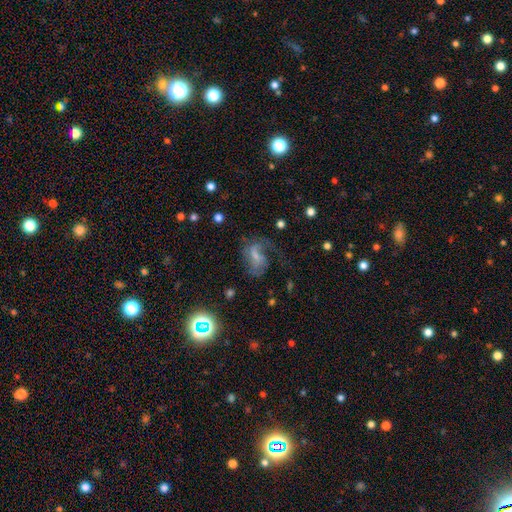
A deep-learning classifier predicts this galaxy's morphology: smooth_or_featured: featured or disk (p=0.57) [alt: smooth p=0.30]
disk_edge_on: no (p=0.96) [alt: yes p=0.04]
bar: weak (p=0.46) [alt: no p=0.37]
has_spiral_arms: yes (p=0.76) [alt: no p=0.24]
bulge_size: none (p=0.34) [alt: small p=0.30]
merging: major disturbance (p=0.44) [alt: none p=0.34]